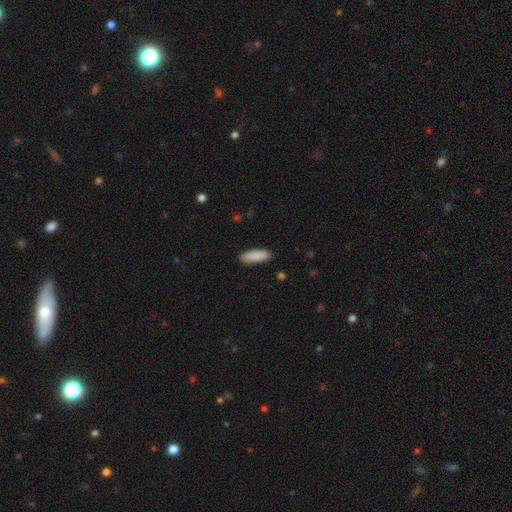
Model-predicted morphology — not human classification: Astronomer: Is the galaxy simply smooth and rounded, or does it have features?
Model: smooth — 89%.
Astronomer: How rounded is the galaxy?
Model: in between — 60% (runner-up: cigar-shaped, 38%).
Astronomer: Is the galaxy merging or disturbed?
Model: none — 87%.